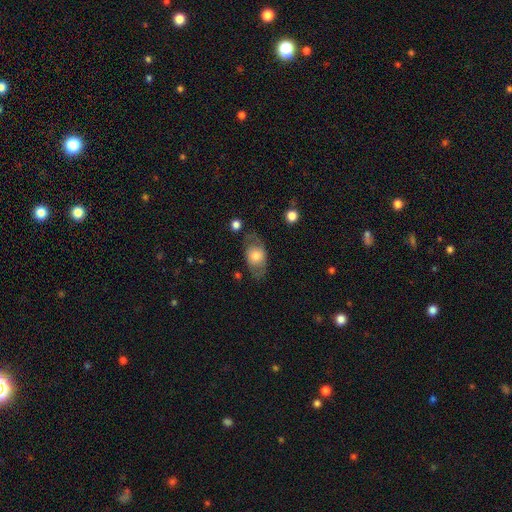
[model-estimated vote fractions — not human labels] This appears to be a smooth galaxy with no disk features (60%) that is in between round and cigar-shaped (81%). Merging: none (68%).